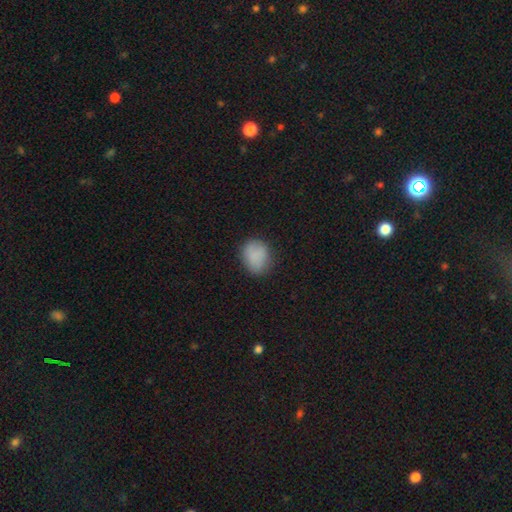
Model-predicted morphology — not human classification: This appears to be a smooth galaxy with no disk features (86%) that is round (59%). Merging: none (77%).